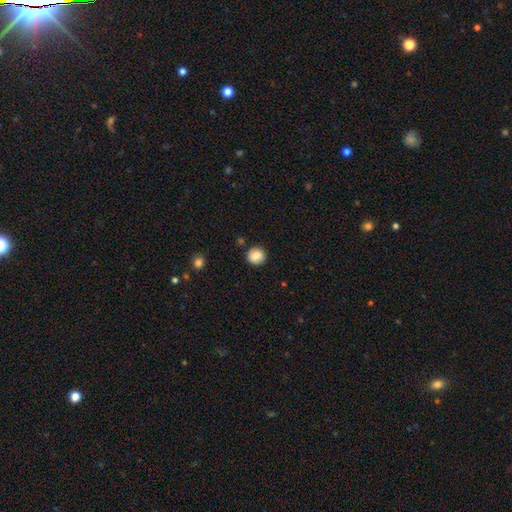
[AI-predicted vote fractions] Overall: smooth (85%). How rounded: round (91%). Merging: none (89%).